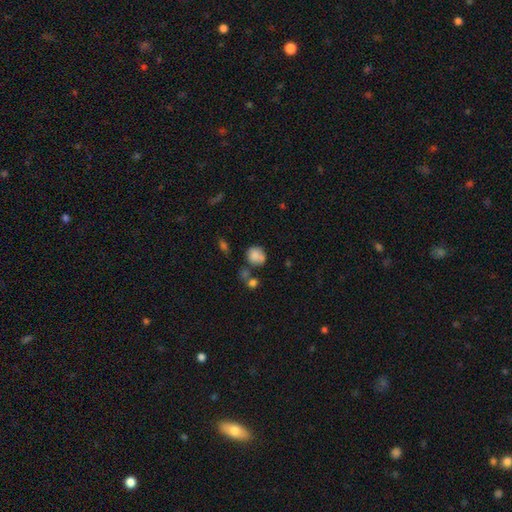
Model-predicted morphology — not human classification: This appears to be a smooth galaxy with no disk features (79%) that is round (71%). Merging: none (47%).